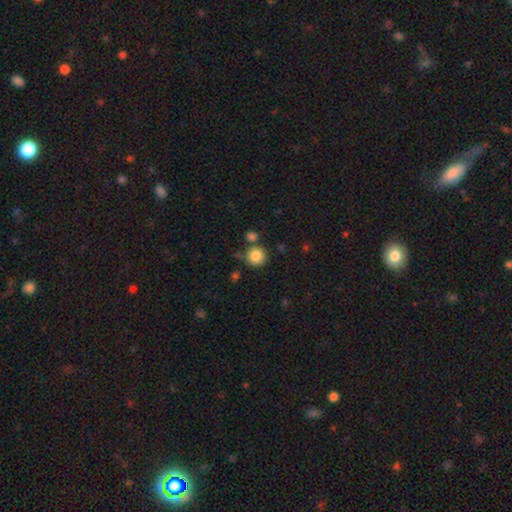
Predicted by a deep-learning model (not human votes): Smooth or featured? smooth (85%)
How rounded? round (93%)
Merging? none (75%)